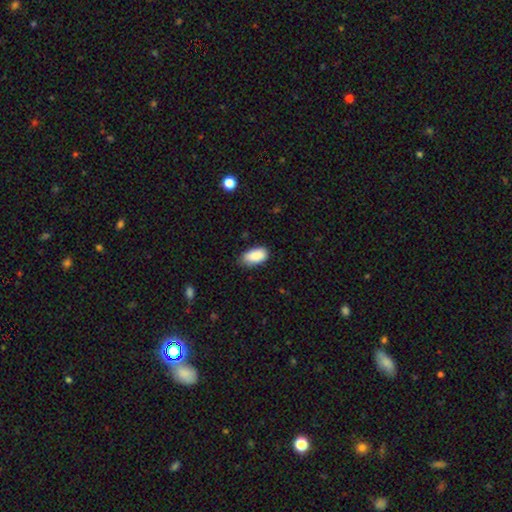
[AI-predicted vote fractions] A smooth galaxy with no disk features (89%) that is in between round and cigar-shaped (94%).

Vote fractions:
- Smooth or featured? smooth: 89% / star or artifact: 7% / featured or disk: 4%
- How rounded? in between: 94% / round: 3% / cigar-shaped: 3%
- Merging? none: 72% / minor disturbance: 23% / major disturbance: 3% / merger: 1%